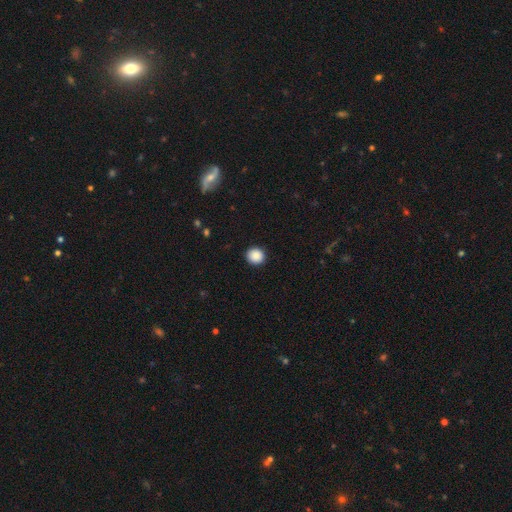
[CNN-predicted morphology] Smooth or featured?
  - smooth: 88% *
  - star or artifact: 9%
  - featured or disk: 3%
How rounded?
  - round: 89% *
  - in between: 10%
  - cigar-shaped: 1%
Merging?
  - none: 92% *
  - minor disturbance: 5%
  - major disturbance: 2%
  - merger: 1%